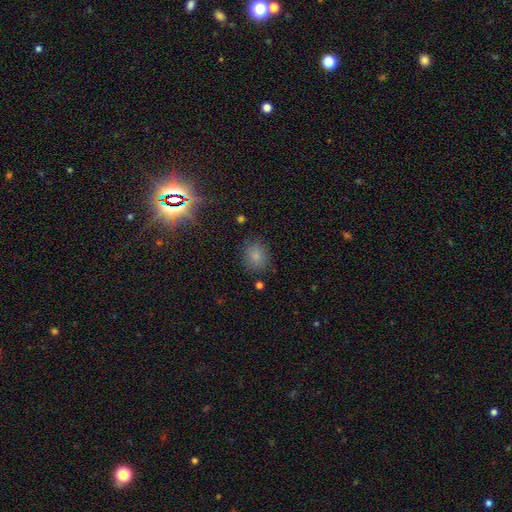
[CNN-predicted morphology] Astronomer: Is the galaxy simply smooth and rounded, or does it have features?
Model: smooth — 80%.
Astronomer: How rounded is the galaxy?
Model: round — 74%.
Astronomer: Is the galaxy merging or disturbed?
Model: none — 82%.